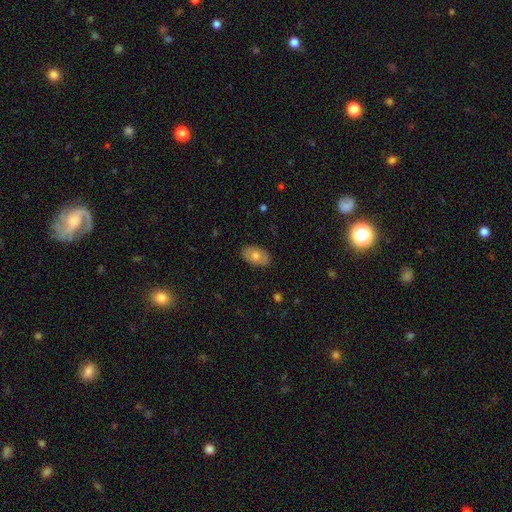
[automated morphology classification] smooth_or_featured: smooth (p=0.67) [alt: featured or disk p=0.27]
how_rounded: in between (p=0.91) [alt: round p=0.08]
merging: none (p=0.84) [alt: minor disturbance p=0.12]